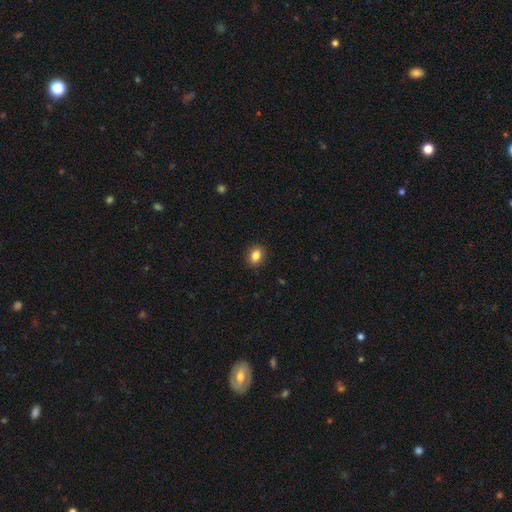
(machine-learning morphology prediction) Q: Smooth or featured?
A: smooth (85%); runner-up: star or artifact (10%)
Q: How rounded?
A: in between (58%); runner-up: round (41%)
Q: Merging?
A: none (90%); runner-up: minor disturbance (7%)